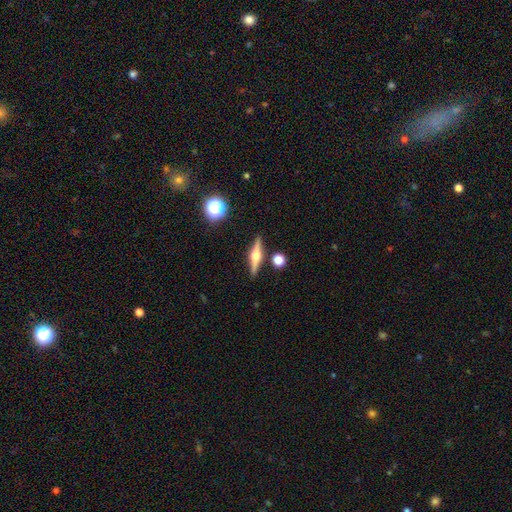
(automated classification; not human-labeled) A featured or disk galaxy (72%) viewed edge-on (97%) with a rounded central bulge (92%).

Vote fractions:
- Smooth or featured? featured or disk: 72% / smooth: 21% / star or artifact: 7%
- Edge-on disk? yes: 97% / no: 3%
- Edge-on bulge? rounded: 92% / boxy: 6% / none: 2%
- Merging? none: 88% / minor disturbance: 7% / merger: 3% / major disturbance: 2%